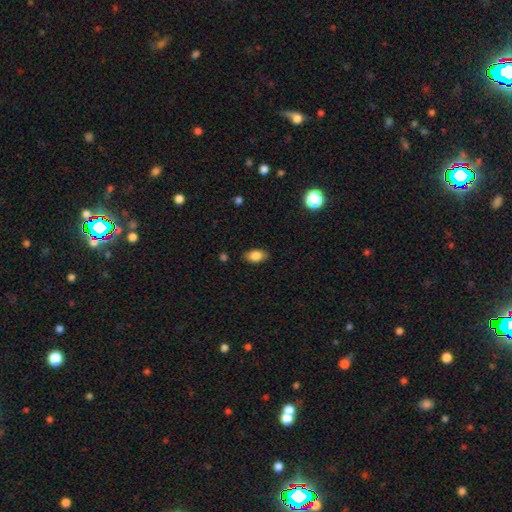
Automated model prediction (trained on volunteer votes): smooth-or-featured: smooth: 83% | featured or disk: 9% | star or artifact: 8%
  how-rounded: in between: 89% | round: 8% | cigar-shaped: 3%
  merging: none: 85% | minor disturbance: 11% | major disturbance: 3% | merger: 1%